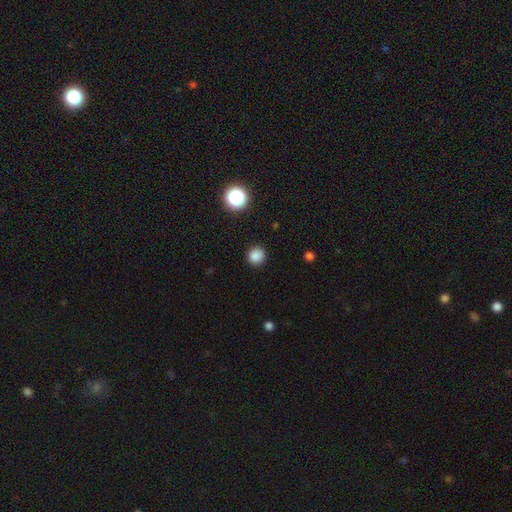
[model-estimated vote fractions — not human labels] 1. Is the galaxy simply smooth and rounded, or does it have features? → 84% smooth, 13% star or artifact, 3% featured or disk.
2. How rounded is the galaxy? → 90% round, 9% in between, 1% cigar-shaped.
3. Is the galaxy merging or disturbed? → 90% none, 7% minor disturbance, 2% major disturbance, 1% merger.